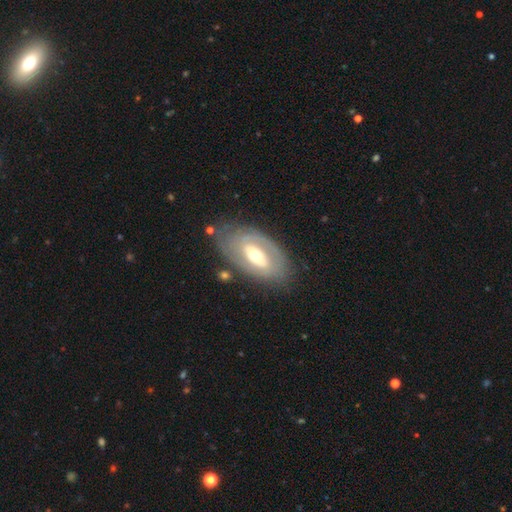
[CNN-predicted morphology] featured or disk 68%, smooth 27%, star or artifact 6%. Down the decision tree: edge-on disk — no (90%); bar — no (39%); spiral arms — yes (50%, tied with no); bulge size — moderate (64%); merging — none (74%).